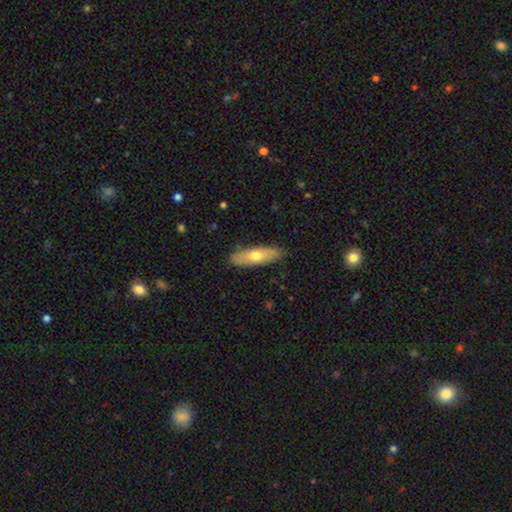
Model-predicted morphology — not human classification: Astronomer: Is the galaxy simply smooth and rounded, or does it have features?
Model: smooth — 58% (runner-up: featured or disk, 36%).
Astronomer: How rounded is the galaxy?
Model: cigar-shaped — 51% (runner-up: in between, 47%).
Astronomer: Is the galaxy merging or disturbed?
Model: none — 88%.